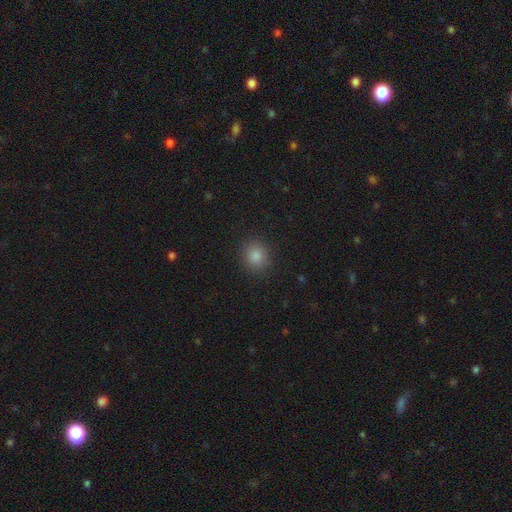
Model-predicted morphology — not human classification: smooth 82%, star or artifact 13%, featured or disk 5%. Down the decision tree: how rounded — round (80%); merging — none (91%).